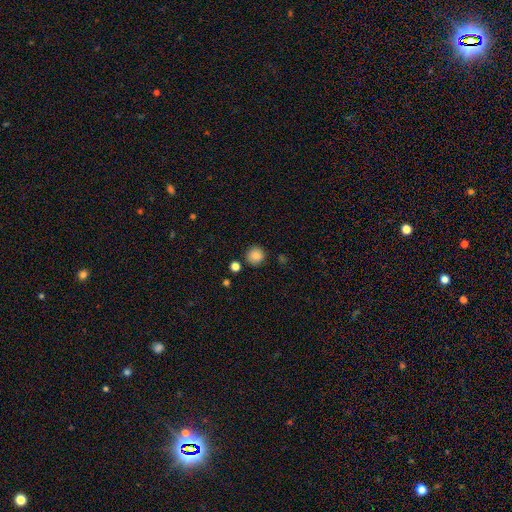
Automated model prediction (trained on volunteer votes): Q: Smooth or featured?
A: smooth (86%); runner-up: star or artifact (10%)
Q: How rounded?
A: round (93%); runner-up: in between (6%)
Q: Merging?
A: none (85%); runner-up: minor disturbance (9%)